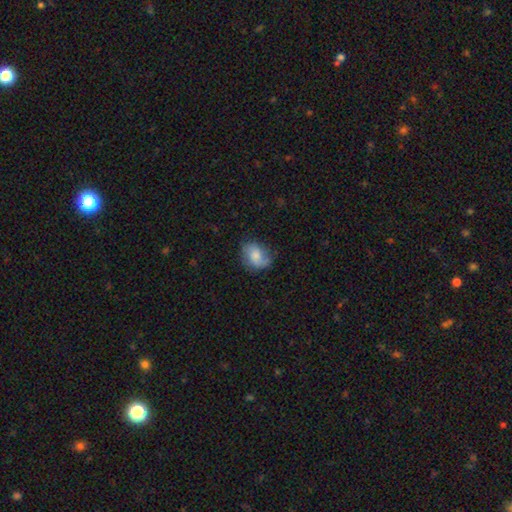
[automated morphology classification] The model was most divided on "merging": none: 60%, minor disturbance: 29%, major disturbance: 10%, merger: 2%. More confident: smooth or featured — smooth (67%); how rounded — in between (66%).